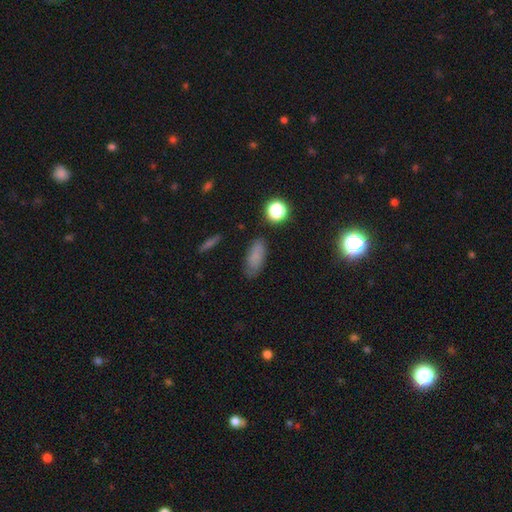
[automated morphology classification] Smooth or featured: smooth — 77% (star or artifact — 13%)
How rounded: in between — 81% (cigar-shaped — 14%)
Merging: none — 78% (minor disturbance — 16%)